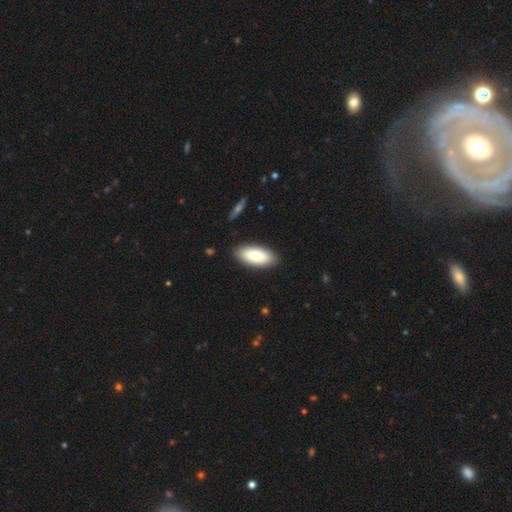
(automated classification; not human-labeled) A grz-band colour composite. It shows a smooth galaxy with no disk features (86%) that is in between round and cigar-shaped (87%). Merging: none (87%).